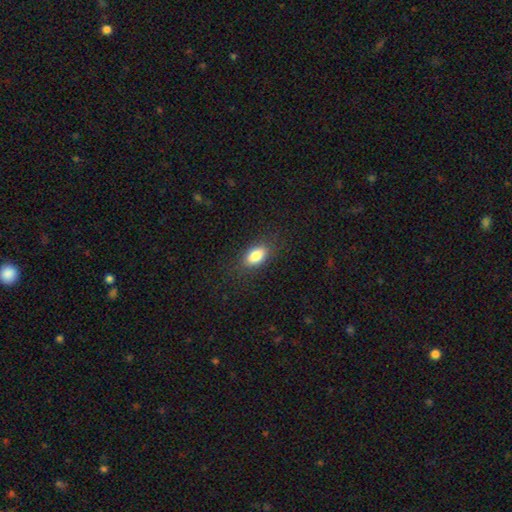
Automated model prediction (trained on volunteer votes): smooth_or_featured: smooth (p=0.84) [alt: star or artifact p=0.08]
how_rounded: in between (p=0.89) [alt: round p=0.07]
merging: none (p=0.85) [alt: minor disturbance p=0.11]